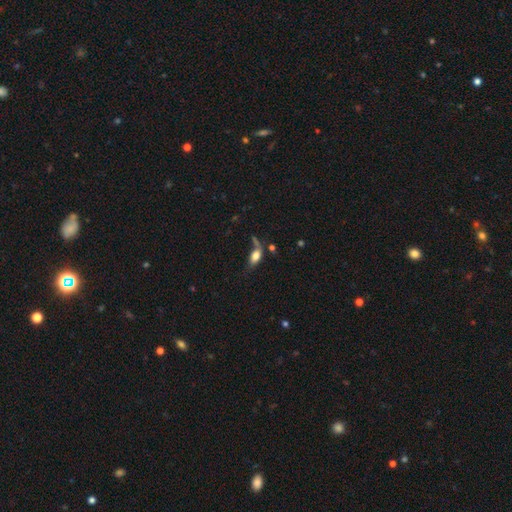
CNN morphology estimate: This appears to be a smooth galaxy with no disk features (71%) that is in between round and cigar-shaped (82%). Merging: none (37%).